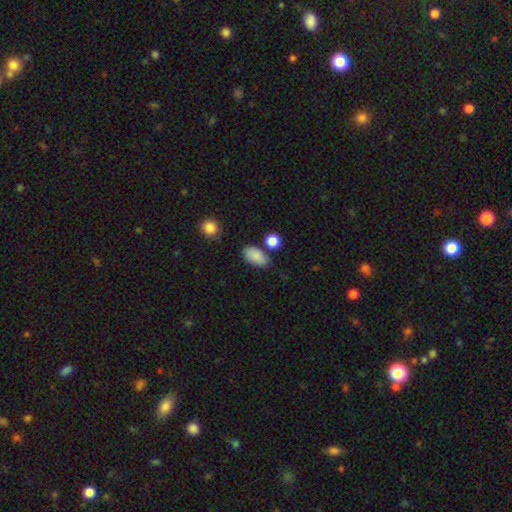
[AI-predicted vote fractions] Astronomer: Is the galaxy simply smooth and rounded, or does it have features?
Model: smooth — 85%.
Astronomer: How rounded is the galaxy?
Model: in between — 90%.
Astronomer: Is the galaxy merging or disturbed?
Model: none — 70%.